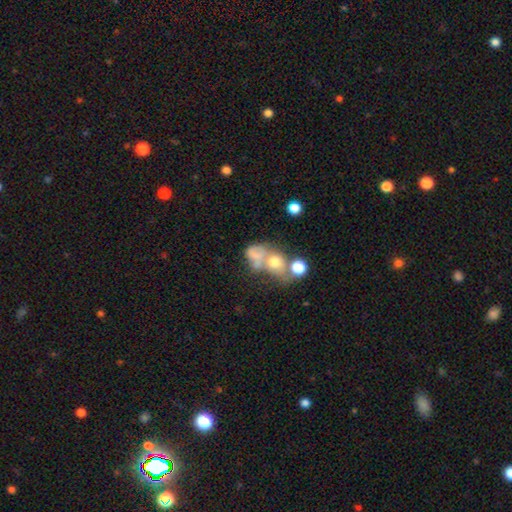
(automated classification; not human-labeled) smooth-or-featured: smooth: 59% | featured or disk: 26% | star or artifact: 14%
  how-rounded: round: 49% (tied) | in between: 49% (tied) | cigar-shaped: 2%
  merging: merger: 55% | none: 20% | major disturbance: 14% | minor disturbance: 10%